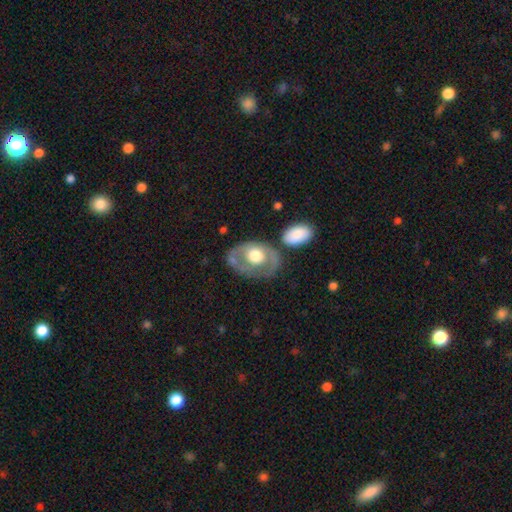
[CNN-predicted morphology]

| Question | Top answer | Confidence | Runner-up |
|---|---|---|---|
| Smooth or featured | featured or disk | 57% | smooth (38%) |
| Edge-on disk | no | 93% | yes (7%) |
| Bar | no | 83% | weak (13%) |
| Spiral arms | no | 70% | yes (30%) |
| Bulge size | moderate | 46% | large (45%) |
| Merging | none | 59% | minor disturbance (19%) |